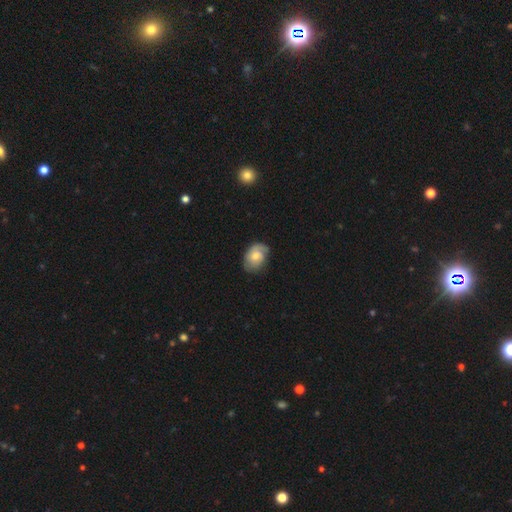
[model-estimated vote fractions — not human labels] A smooth galaxy with no disk features (48%). Merging: none (67%).